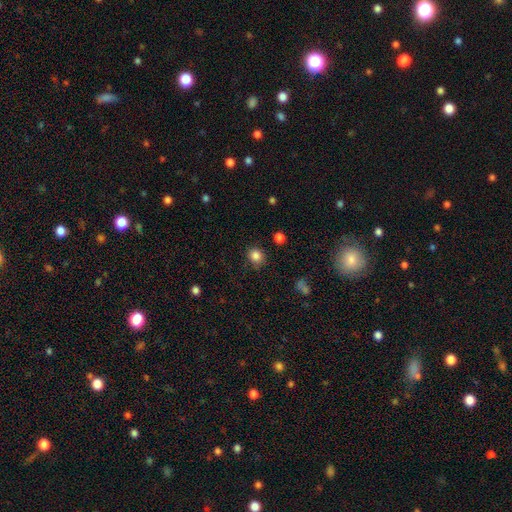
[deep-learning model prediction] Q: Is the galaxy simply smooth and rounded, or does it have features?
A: smooth — 84%.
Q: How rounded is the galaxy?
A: round — 85%.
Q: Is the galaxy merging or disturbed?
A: none — 84%.